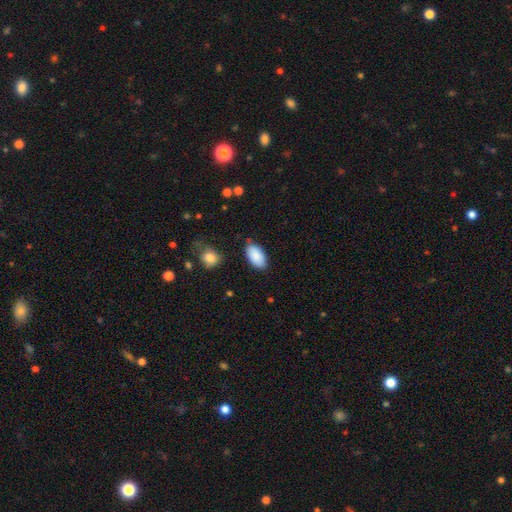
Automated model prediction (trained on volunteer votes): smooth_or_featured: smooth (p=0.89) [alt: star or artifact p=0.06]
how_rounded: in between (p=0.95) [alt: round p=0.03]
merging: none (p=0.82) [alt: minor disturbance p=0.13]